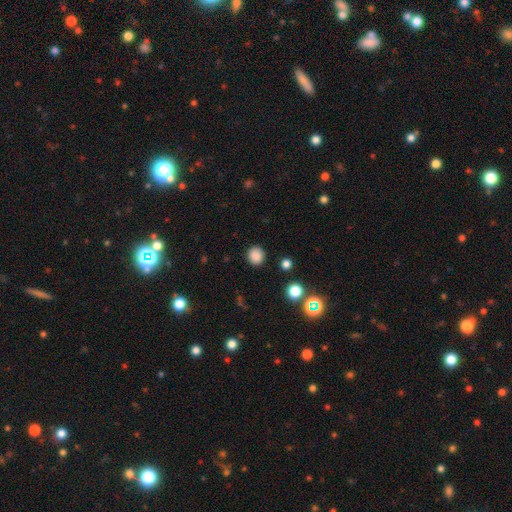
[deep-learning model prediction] The model was most divided on "smooth or featured": smooth: 85%, star or artifact: 12%, featured or disk: 4%. More confident: merging — none (90%); how rounded — round (90%).